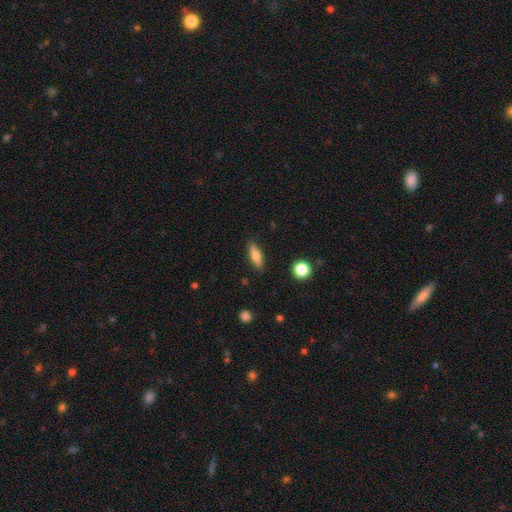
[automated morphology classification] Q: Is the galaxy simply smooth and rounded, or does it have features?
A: smooth — 67%.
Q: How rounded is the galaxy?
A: in between — 49%.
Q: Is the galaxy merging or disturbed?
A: none — 87%.